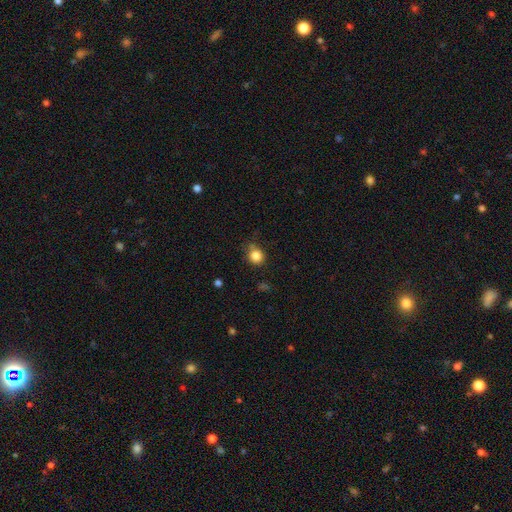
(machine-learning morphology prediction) Smooth or featured? smooth (84%)
How rounded? round (85%)
Merging? none (73%)